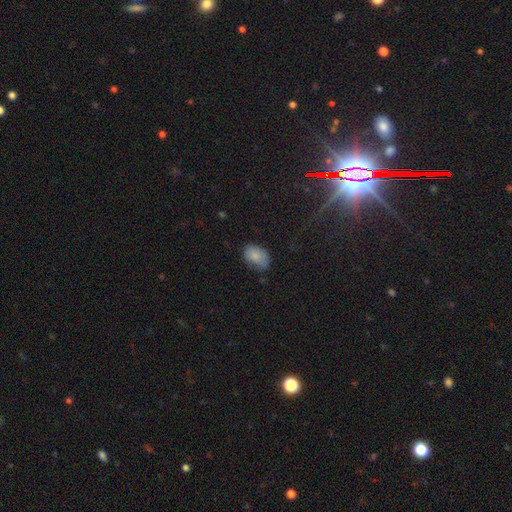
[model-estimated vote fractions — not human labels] A smooth galaxy with no disk features (83%) that is in between round and cigar-shaped (86%).

Vote fractions:
- Smooth or featured? smooth: 83% / featured or disk: 9% / star or artifact: 8%
- How rounded? in between: 86% / round: 13% / cigar-shaped: 1%
- Merging? none: 59% / minor disturbance: 32% / major disturbance: 7% / merger: 2%